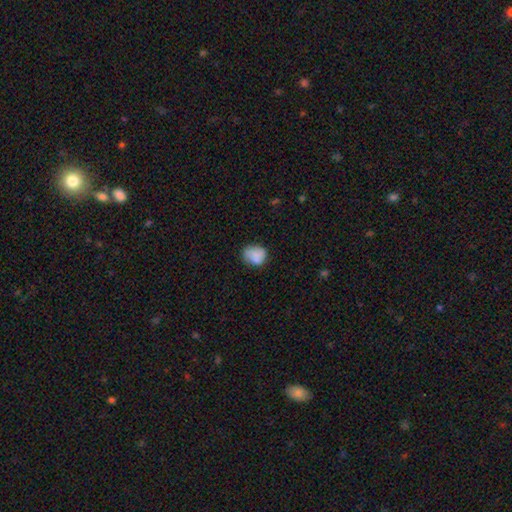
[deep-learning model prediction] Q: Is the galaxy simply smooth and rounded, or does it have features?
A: smooth — 82%.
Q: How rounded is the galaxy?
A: round — 52%.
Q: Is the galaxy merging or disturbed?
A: none — 61%.